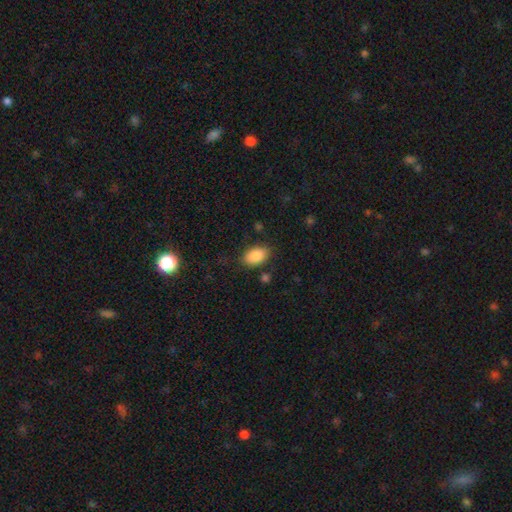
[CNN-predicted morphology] type=smooth (88%); roundness=in between (92%); merging=none (82%).